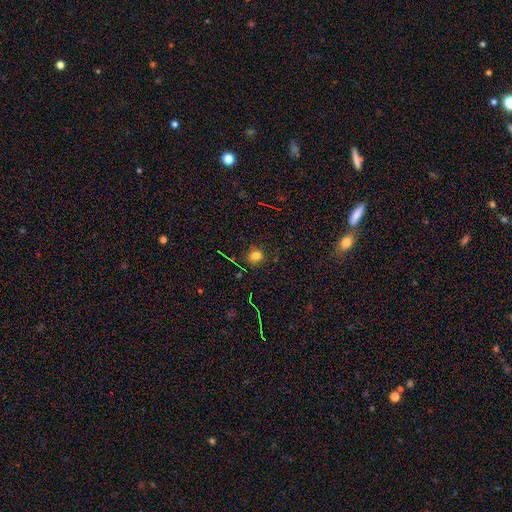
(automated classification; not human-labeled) The model was most divided on "how rounded": round: 63%, in between: 35%, cigar-shaped: 2%. More confident: merging — none (80%); smooth or featured — smooth (74%).